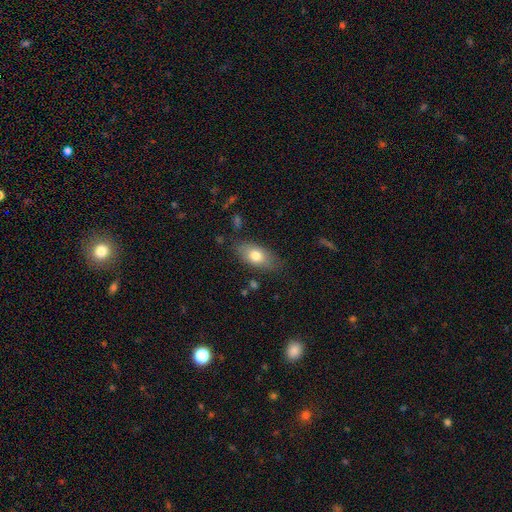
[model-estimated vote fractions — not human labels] Morphology: type=smooth (75%); roundness=in between (87%); merging=none (78%).